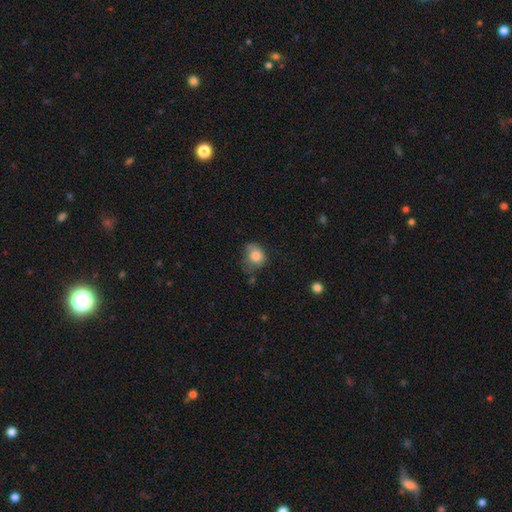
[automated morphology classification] type=smooth (79%); roundness=round (61%); merging=minor disturbance (37%).